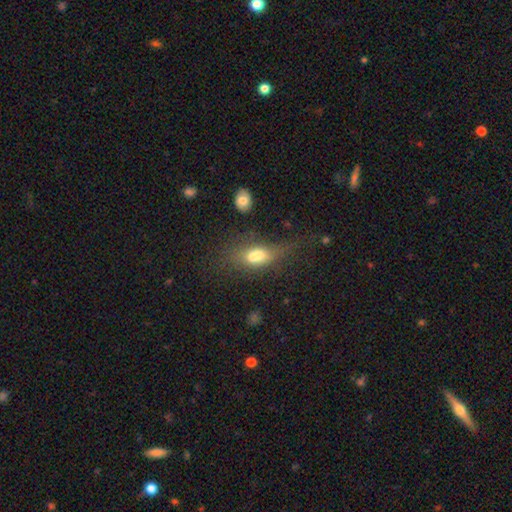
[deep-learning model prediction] Q: Smooth or featured?
A: smooth (66%); runner-up: featured or disk (23%)
Q: How rounded?
A: in between (76%); runner-up: cigar-shaped (16%)
Q: Merging?
A: none (41%); runner-up: major disturbance (29%)